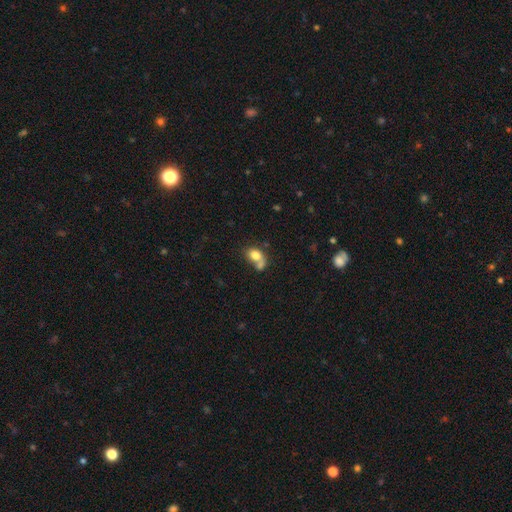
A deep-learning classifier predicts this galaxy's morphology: This is likely a smooth galaxy (76%). How rounded: likely in between (64%). Merging: marginally merger (45%).